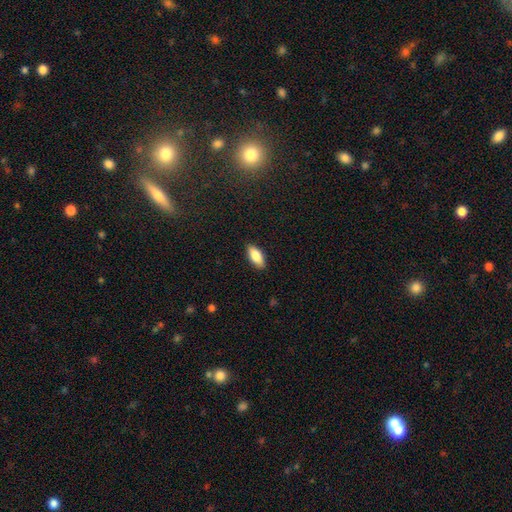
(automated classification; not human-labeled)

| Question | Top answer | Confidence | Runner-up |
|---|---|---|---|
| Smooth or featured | smooth | 83% | featured or disk (11%) |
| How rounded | in between | 84% | cigar-shaped (14%) |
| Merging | none | 88% | minor disturbance (9%) |